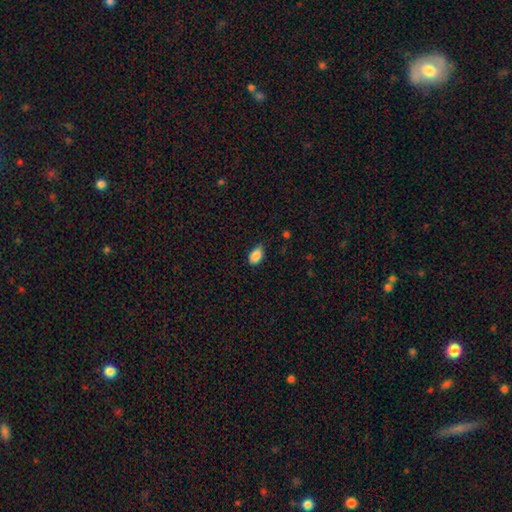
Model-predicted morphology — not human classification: A smooth galaxy with no disk features (88%) that is in between round and cigar-shaped (90%).

Vote fractions:
- Smooth or featured? smooth: 88% / star or artifact: 8% / featured or disk: 4%
- How rounded? in between: 90% / round: 8% / cigar-shaped: 2%
- Merging? none: 76% / minor disturbance: 20% / major disturbance: 3% / merger: 1%